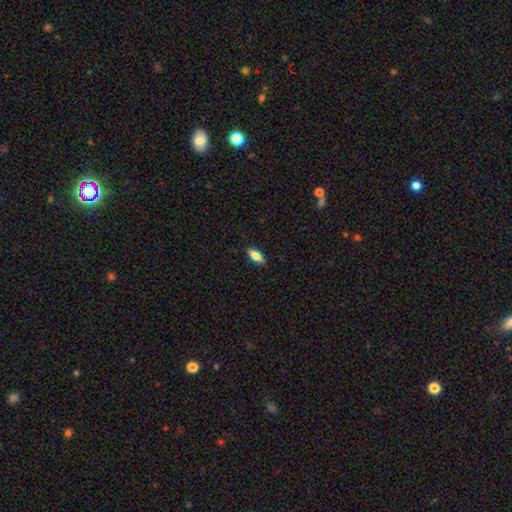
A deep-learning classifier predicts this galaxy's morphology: The model was most divided on "smooth or featured": smooth: 69%, featured or disk: 24%, star or artifact: 7%. More confident: merging — none (88%); how rounded — in between (74%).